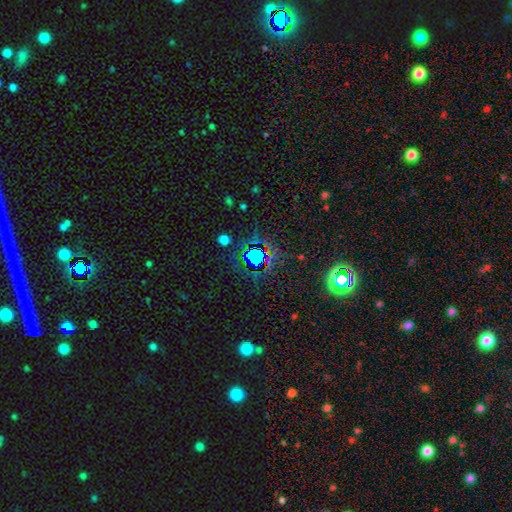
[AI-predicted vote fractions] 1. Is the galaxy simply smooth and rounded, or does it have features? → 69% star or artifact, 20% smooth, 10% featured or disk.